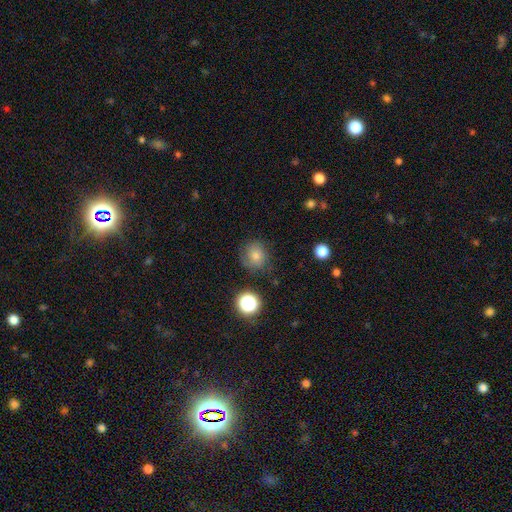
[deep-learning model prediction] A smooth galaxy with no disk features (63%) that is round (84%).

Vote fractions:
- Smooth or featured? smooth: 63% / featured or disk: 20% / star or artifact: 17%
- How rounded? round: 84% / in between: 15% / cigar-shaped: 1%
- Merging? none: 75% / minor disturbance: 17% / major disturbance: 6% / merger: 2%